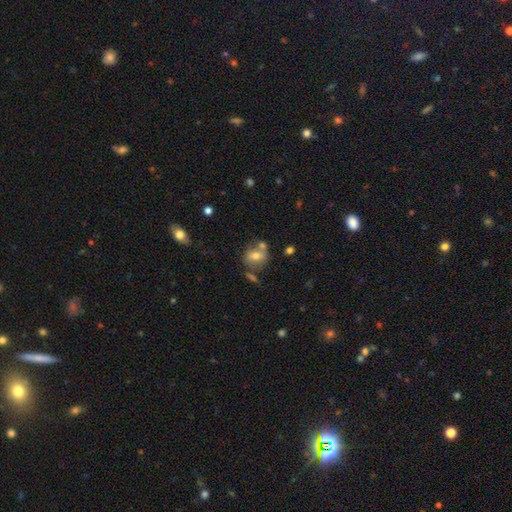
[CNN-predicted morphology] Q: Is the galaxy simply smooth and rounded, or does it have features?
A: smooth — 64%.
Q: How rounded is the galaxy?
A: round — 59%.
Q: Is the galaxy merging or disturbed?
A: none — 57%.